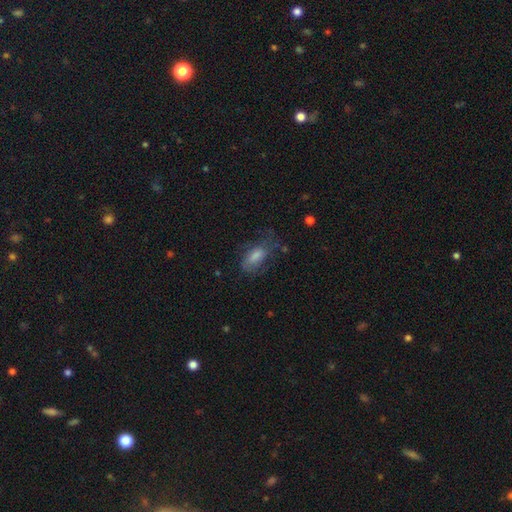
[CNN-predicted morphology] smooth 57%, featured or disk 29%, star or artifact 14%. Down the decision tree: how rounded — in between (82%); merging — none (53%).